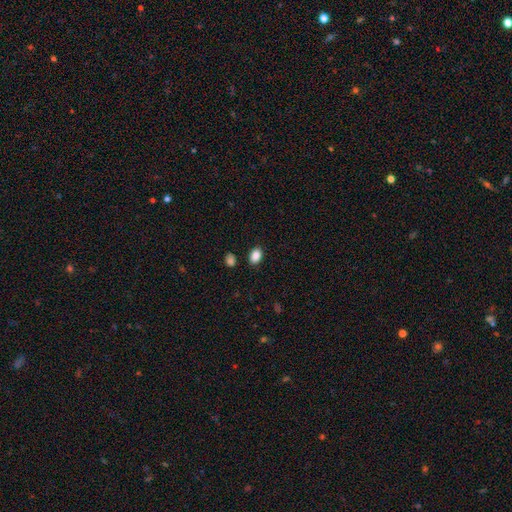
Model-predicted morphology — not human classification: smooth 88%, star or artifact 9%, featured or disk 4%. Down the decision tree: how rounded — in between (82%); merging — none (85%).